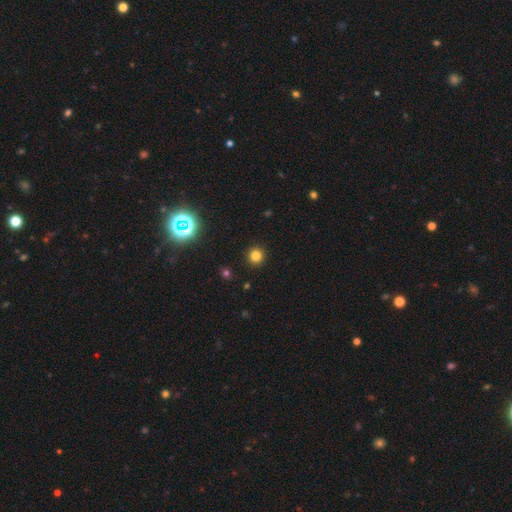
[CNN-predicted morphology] Smooth or featured? Predicted: smooth (p=0.80). How rounded? Predicted: round (p=0.94). Merging? Predicted: none (p=0.92).